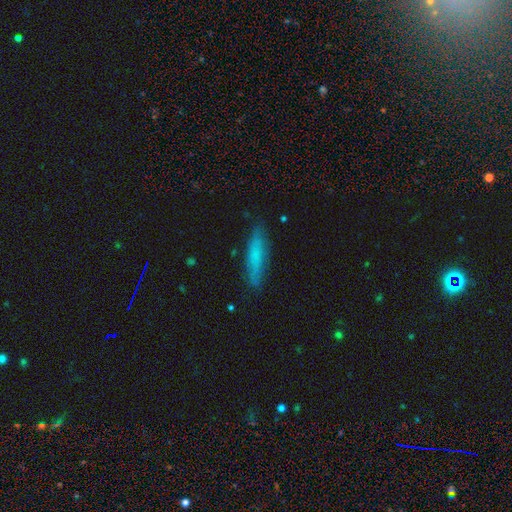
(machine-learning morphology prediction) smooth-or-featured: smooth: 70% | featured or disk: 23% | star or artifact: 7%
  how-rounded: cigar-shaped: 81% | in between: 18% | round: 2%
  merging: none: 83% | minor disturbance: 13% | major disturbance: 3% | merger: 1%